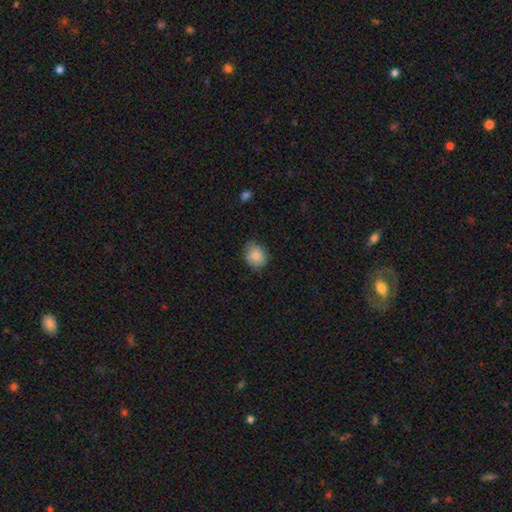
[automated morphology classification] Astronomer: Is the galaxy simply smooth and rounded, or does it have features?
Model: smooth — 87%.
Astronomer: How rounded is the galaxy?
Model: round — 58% (runner-up: in between, 41%).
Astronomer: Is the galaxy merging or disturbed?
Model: none — 73%.